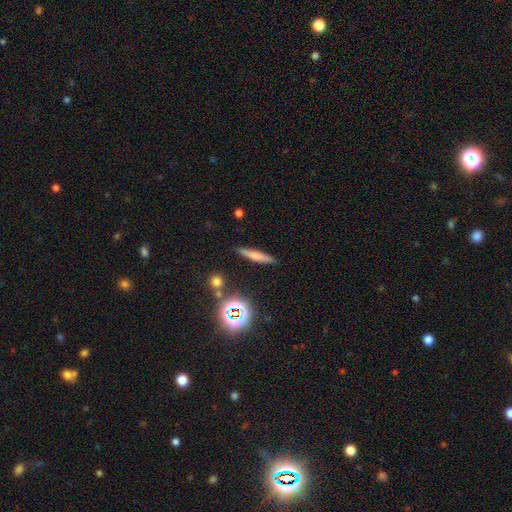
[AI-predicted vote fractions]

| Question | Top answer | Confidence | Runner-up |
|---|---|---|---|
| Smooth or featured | smooth | 60% | featured or disk (28%) |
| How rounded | cigar-shaped | 87% | in between (10%) |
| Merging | none | 87% | minor disturbance (9%) |